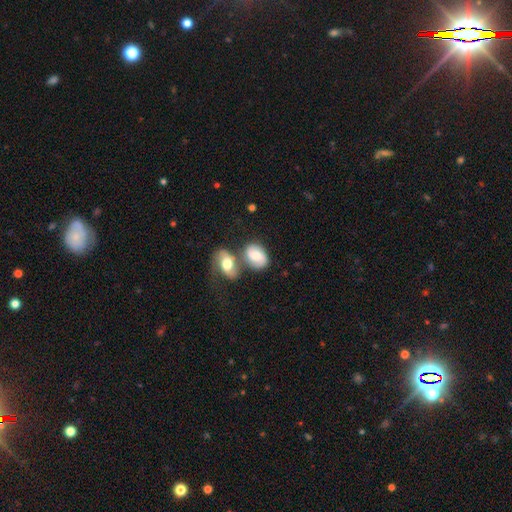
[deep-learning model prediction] Smooth or featured? Predicted: featured or disk (p=0.52). Edge-on disk? Predicted: no (p=0.96). Merging? Predicted: merger (p=0.46).